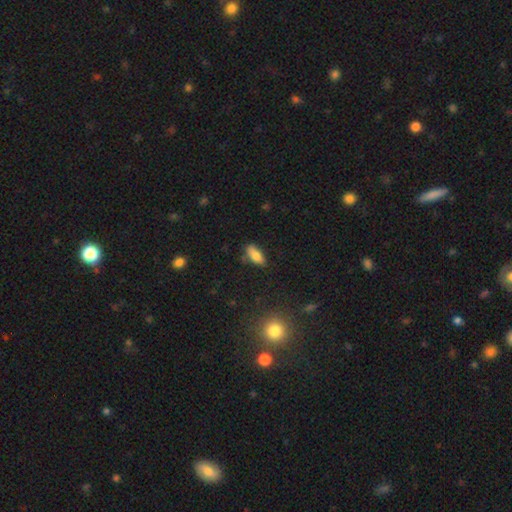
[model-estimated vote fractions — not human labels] Smooth or featured?
  - smooth: 78% *
  - featured or disk: 14%
  - star or artifact: 8%
How rounded?
  - in between: 79% *
  - cigar-shaped: 18%
  - round: 3%
Merging?
  - none: 73% *
  - minor disturbance: 19%
  - major disturbance: 4%
  - merger: 3%